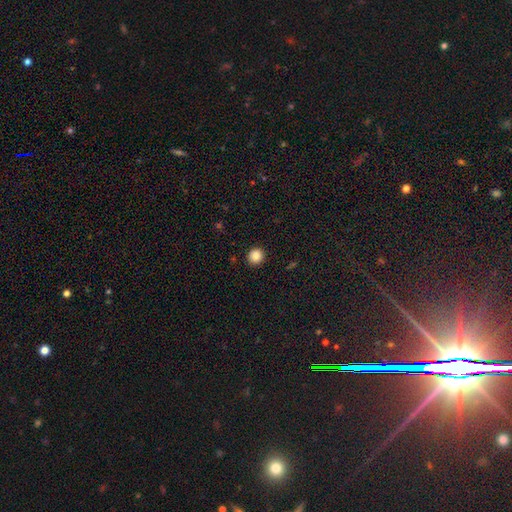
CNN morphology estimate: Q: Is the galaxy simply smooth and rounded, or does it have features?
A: smooth — 86%.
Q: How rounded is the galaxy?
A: round — 91%.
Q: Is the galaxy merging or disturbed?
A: none — 92%.